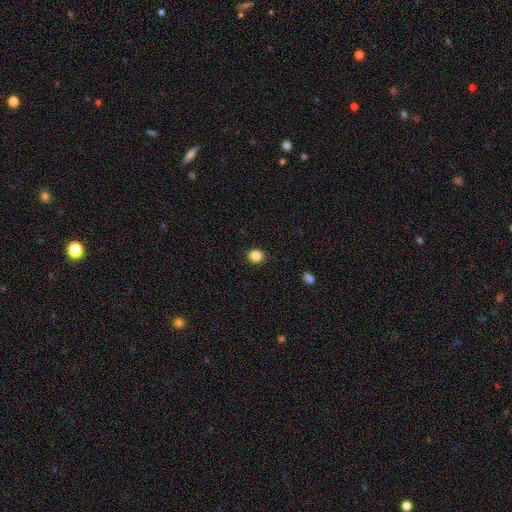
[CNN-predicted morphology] Overall: smooth (86%). How rounded: round (85%). Merging: none (91%).